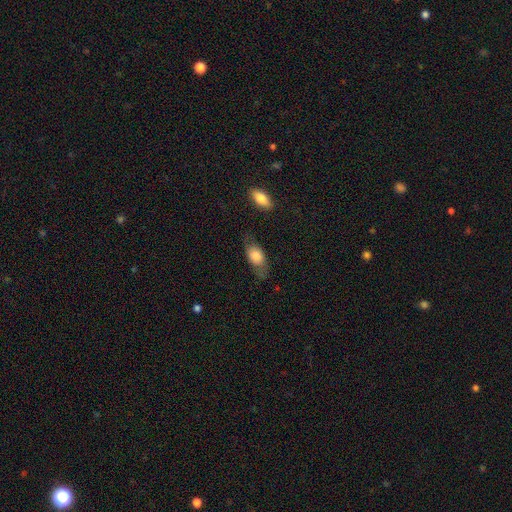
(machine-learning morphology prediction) The model was most divided on "merging": none: 61%, minor disturbance: 25%, major disturbance: 11%, merger: 3%. More confident: how rounded — in between (82%); smooth or featured — smooth (73%).